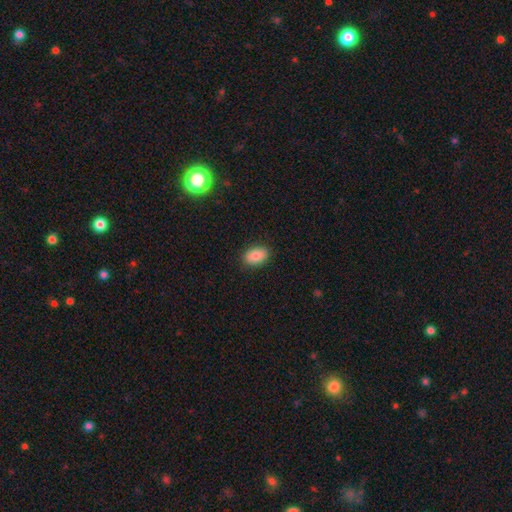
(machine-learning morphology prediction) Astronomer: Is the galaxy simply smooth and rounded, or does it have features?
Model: smooth — 86%.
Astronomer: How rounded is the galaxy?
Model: in between — 89%.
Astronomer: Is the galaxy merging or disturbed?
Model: none — 89%.